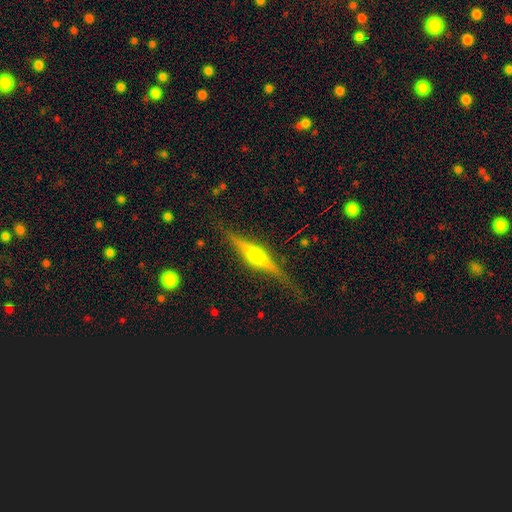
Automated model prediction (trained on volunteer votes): Overall: featured or disk (77%). Edge-on disk: yes (98%). Edge-on bulge: rounded (90%). Merging: none (83%).